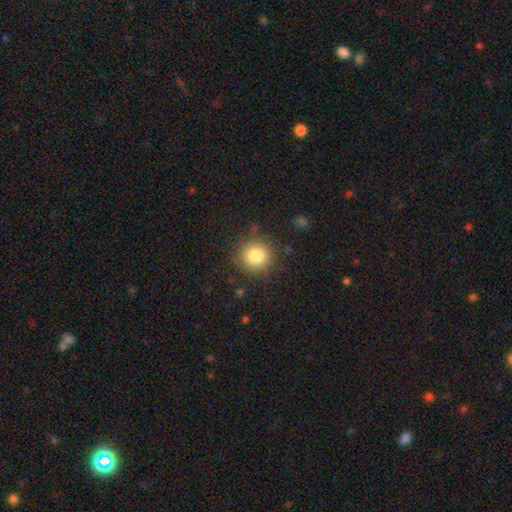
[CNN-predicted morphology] smooth_or_featured: smooth (p=0.81) [alt: star or artifact p=0.11]
how_rounded: round (p=0.91) [alt: in between p=0.08]
merging: none (p=0.85) [alt: minor disturbance p=0.10]